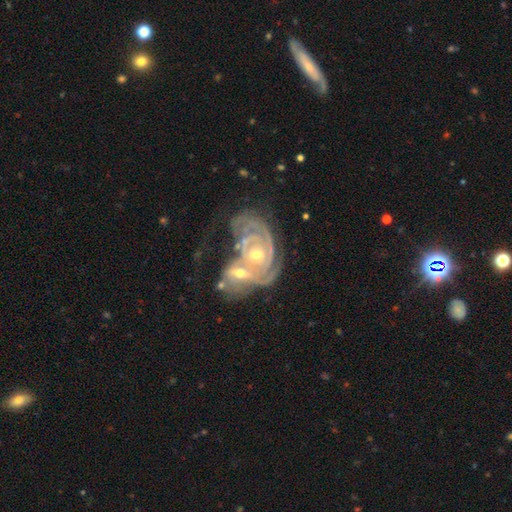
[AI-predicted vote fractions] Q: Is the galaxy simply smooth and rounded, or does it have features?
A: featured or disk — 88%.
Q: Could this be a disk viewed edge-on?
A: no — 96%.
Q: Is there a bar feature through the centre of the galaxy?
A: no — 67%.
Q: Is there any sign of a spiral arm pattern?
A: yes — 96%.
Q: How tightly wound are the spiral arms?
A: tight — 75%.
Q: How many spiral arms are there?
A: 2 — 36%.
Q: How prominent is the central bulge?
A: moderate — 51%.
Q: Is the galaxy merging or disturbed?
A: merger — 68%.